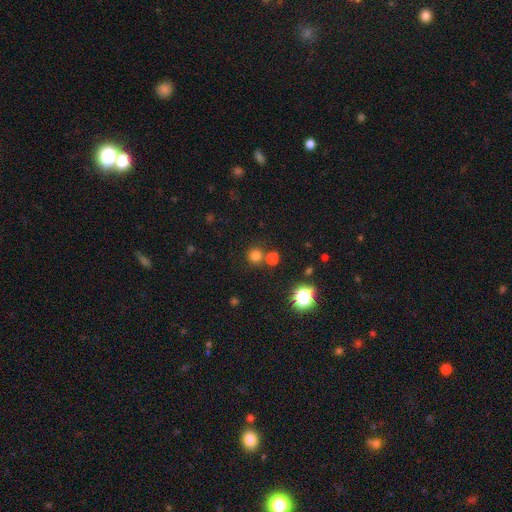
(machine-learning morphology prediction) A smooth galaxy with no disk features (74%) that is round (92%).

Vote fractions:
- Smooth or featured? smooth: 74% / star or artifact: 21% / featured or disk: 6%
- How rounded? round: 92% / in between: 7% / cigar-shaped: 1%
- Merging? none: 70% / merger: 21% / minor disturbance: 6% / major disturbance: 3%